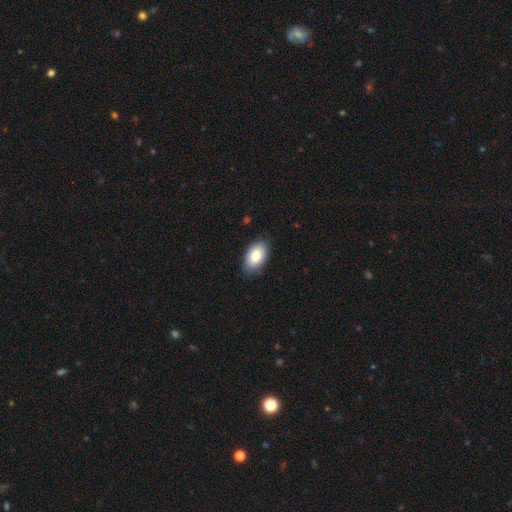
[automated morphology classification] Q: Smooth or featured?
A: smooth (83%); runner-up: featured or disk (10%)
Q: How rounded?
A: in between (93%); runner-up: round (6%)
Q: Merging?
A: none (84%); runner-up: minor disturbance (13%)